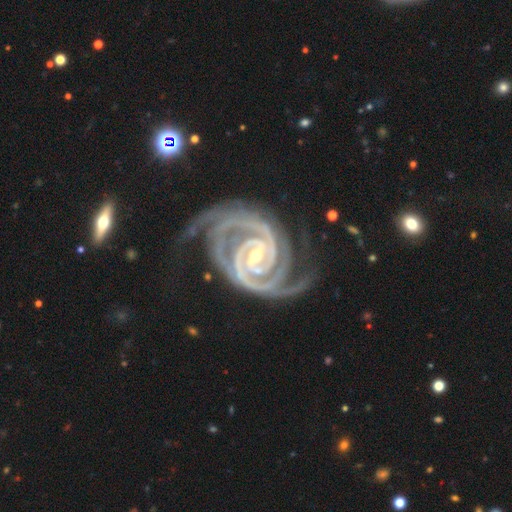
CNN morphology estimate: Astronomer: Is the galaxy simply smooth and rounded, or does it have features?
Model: featured or disk — 95%.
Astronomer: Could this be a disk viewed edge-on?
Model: no — 98%.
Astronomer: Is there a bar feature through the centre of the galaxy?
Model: strong — 44% (runner-up: weak, 36%).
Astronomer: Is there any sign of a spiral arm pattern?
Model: yes — 99%.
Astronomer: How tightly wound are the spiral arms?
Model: tight — 75%.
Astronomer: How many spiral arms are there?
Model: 2 — 52%.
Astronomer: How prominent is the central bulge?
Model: small — 50% (runner-up: moderate, 46%).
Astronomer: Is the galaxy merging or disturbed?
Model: none — 62%.